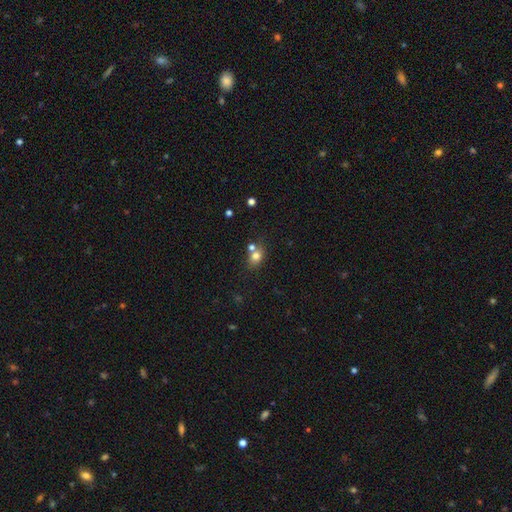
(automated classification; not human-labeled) This is likely a smooth galaxy (74%). How rounded: possibly in between (54%). Merging: possibly none (53%).